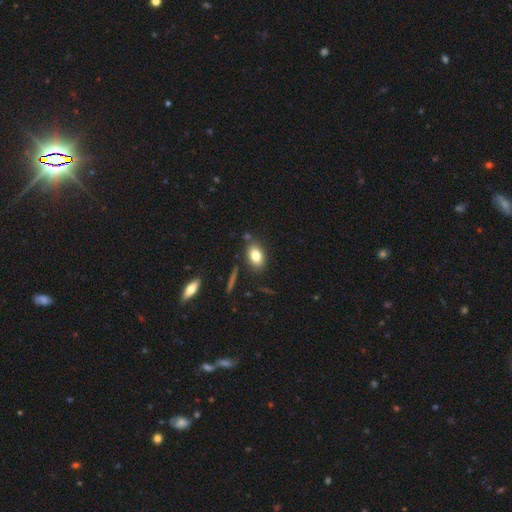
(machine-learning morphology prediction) This is clearly a smooth galaxy (81%). How rounded: clearly in between (85%). Merging: clearly none (81%).